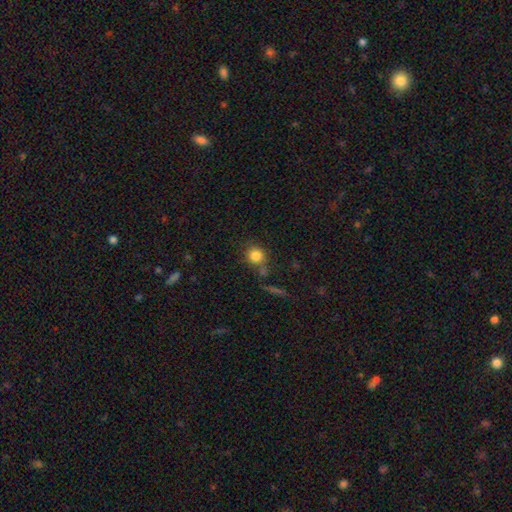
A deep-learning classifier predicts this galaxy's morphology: type=smooth (82%); roundness=round (86%); merging=none (67%).